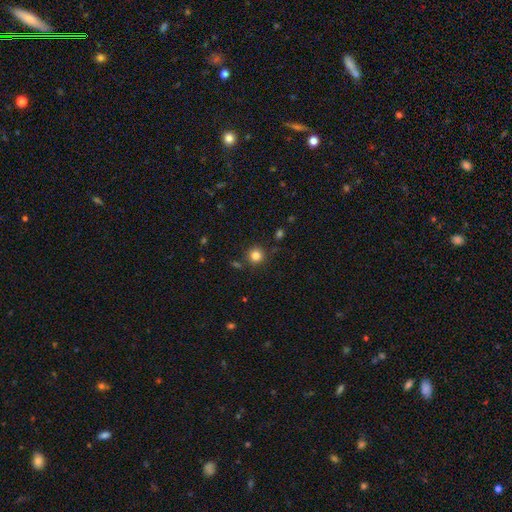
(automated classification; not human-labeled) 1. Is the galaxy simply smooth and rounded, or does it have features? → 82% smooth, 13% star or artifact, 6% featured or disk.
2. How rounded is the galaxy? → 94% round, 5% in between, 1% cigar-shaped.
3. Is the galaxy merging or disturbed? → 86% none, 7% minor disturbance, 4% merger, 2% major disturbance.